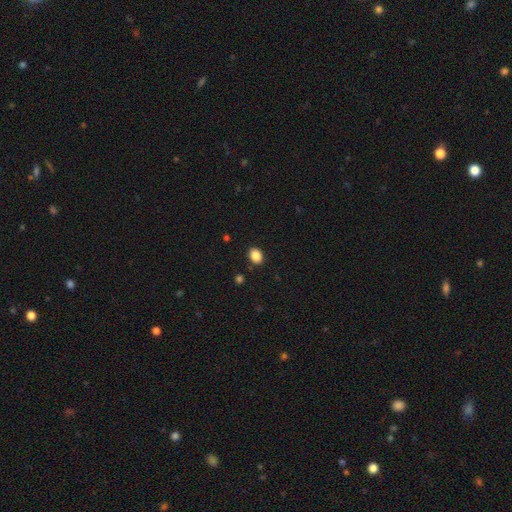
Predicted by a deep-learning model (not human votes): This appears to be a smooth galaxy with no disk features (87%) that is in between round and cigar-shaped (67%). Merging: none (88%).